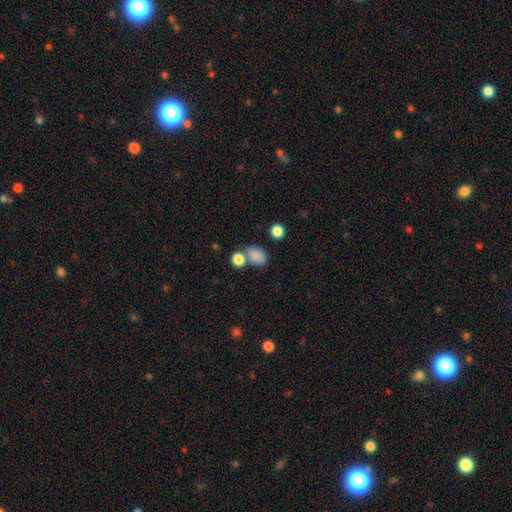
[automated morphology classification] Smooth or featured? smooth (83%)
How rounded? in between (70%)
Merging? none (50%)